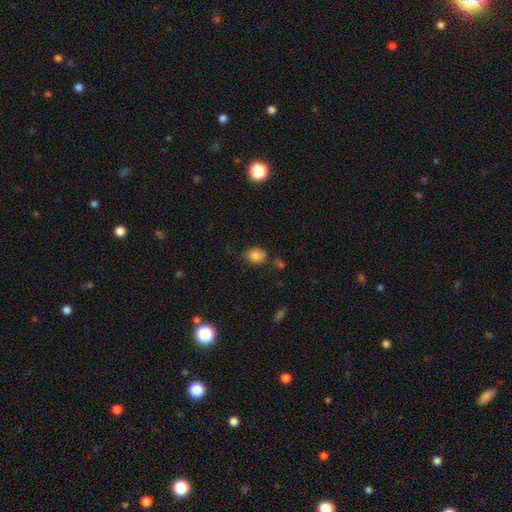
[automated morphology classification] Smooth or featured? Predicted: smooth (p=0.83). How rounded? Predicted: in between (p=0.59). Merging? Predicted: none (p=0.65).